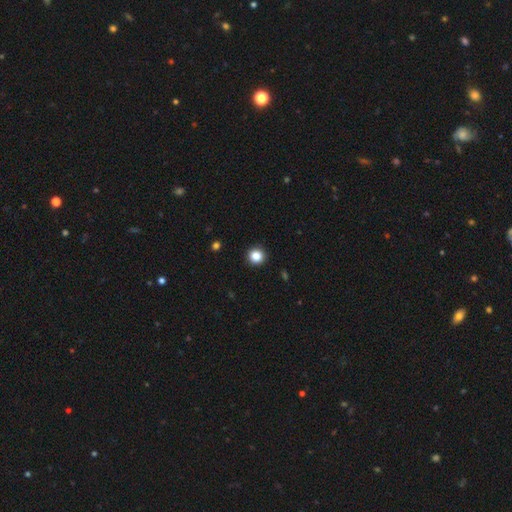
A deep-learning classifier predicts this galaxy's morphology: Smooth or featured? Predicted: smooth (p=0.85). How rounded? Predicted: round (p=0.94). Merging? Predicted: none (p=0.93).